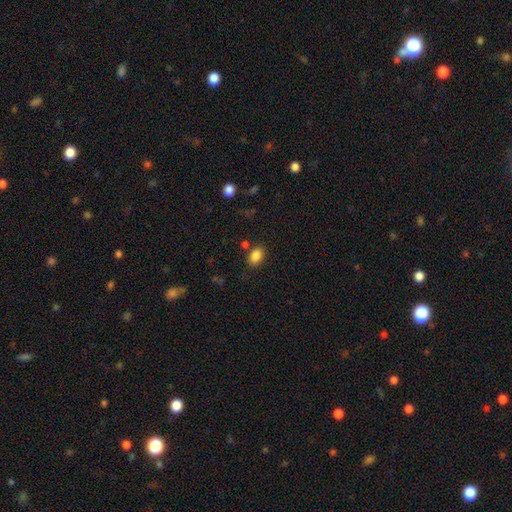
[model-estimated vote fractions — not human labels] A smooth galaxy with no disk features (86%) that is in between round and cigar-shaped (77%). Merging: none (79%).